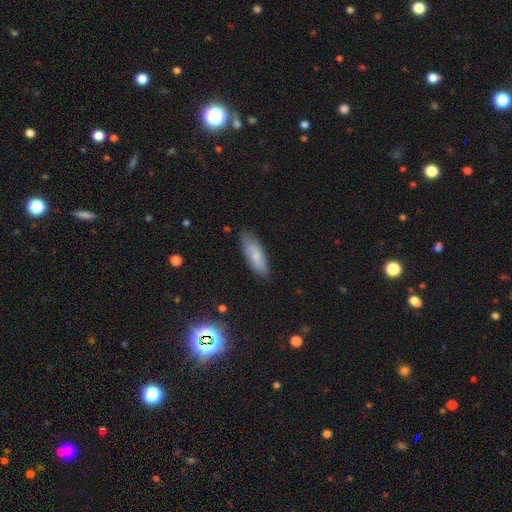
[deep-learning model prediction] Smooth or featured: smooth — 78% (featured or disk — 15%)
How rounded: in between — 65% (cigar-shaped — 34%)
Merging: none — 78% (minor disturbance — 17%)